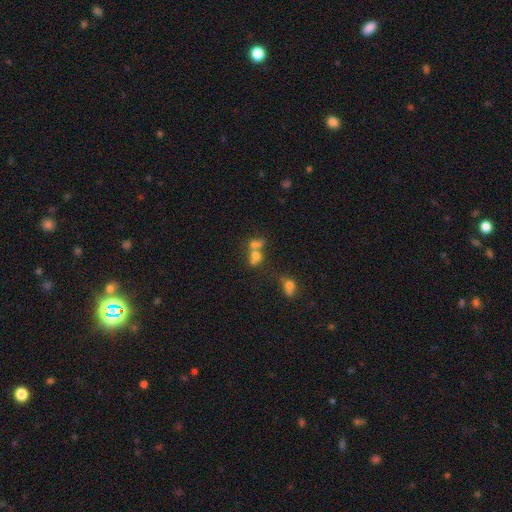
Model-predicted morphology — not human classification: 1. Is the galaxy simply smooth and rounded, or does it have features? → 59% smooth, 22% featured or disk, 18% star or artifact.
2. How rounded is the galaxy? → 55% round, 42% in between, 4% cigar-shaped.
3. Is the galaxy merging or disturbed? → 58% merger, 27% none, 8% minor disturbance, 7% major disturbance.